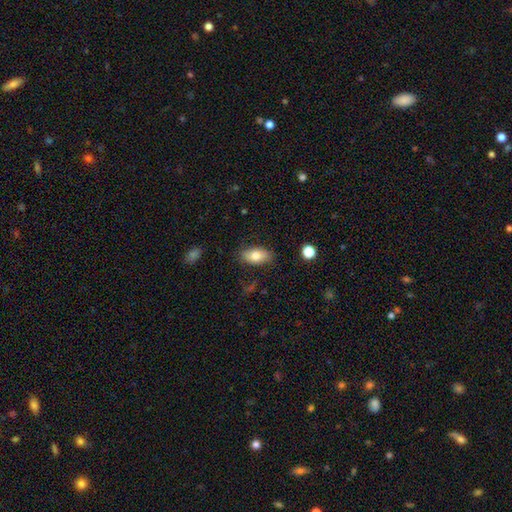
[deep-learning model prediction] Smooth or featured? smooth (78%)
How rounded? in between (92%)
Merging? none (82%)